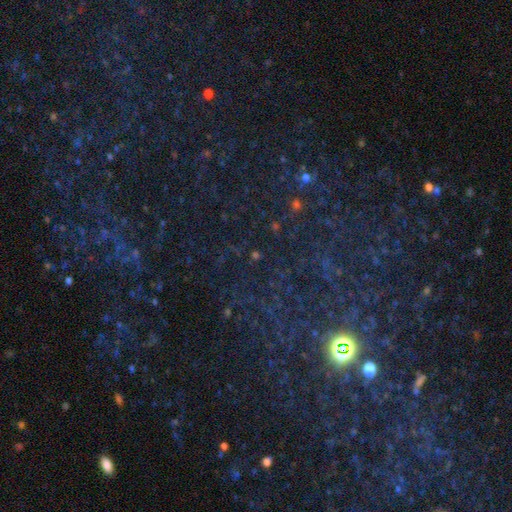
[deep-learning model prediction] Smooth or featured? star or artifact (75%)